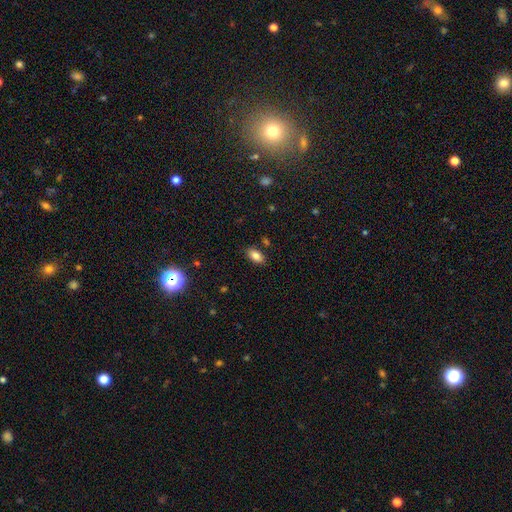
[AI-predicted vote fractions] This appears to be a smooth galaxy with no disk features (83%) that is in between round and cigar-shaped (92%). Merging: none (84%).